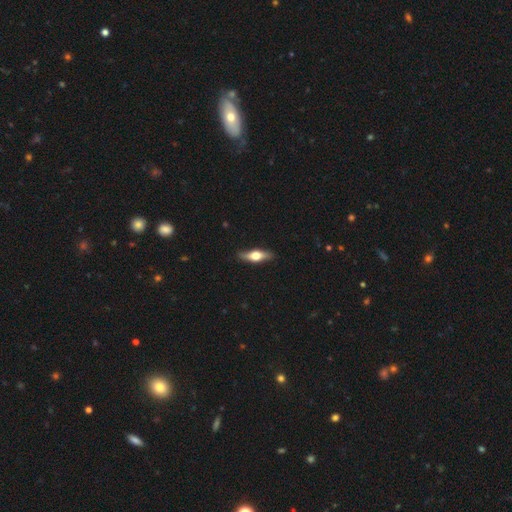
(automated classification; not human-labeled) Morphology: type=featured or disk (54%); edge-on=yes (89%); merging=none (87%).